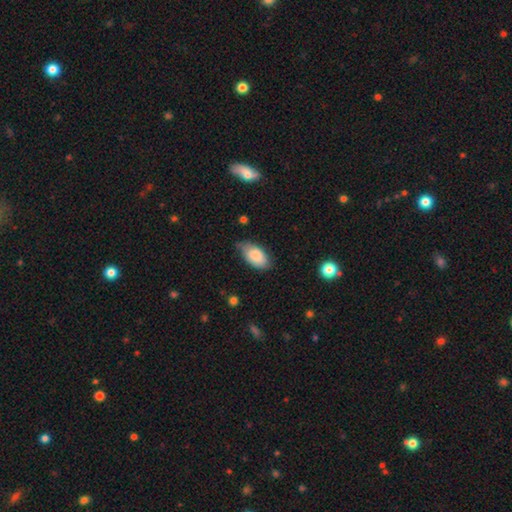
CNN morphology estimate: smooth 81%, featured or disk 13%, star or artifact 6%. Down the decision tree: how rounded — in between (94%); merging — none (61%).